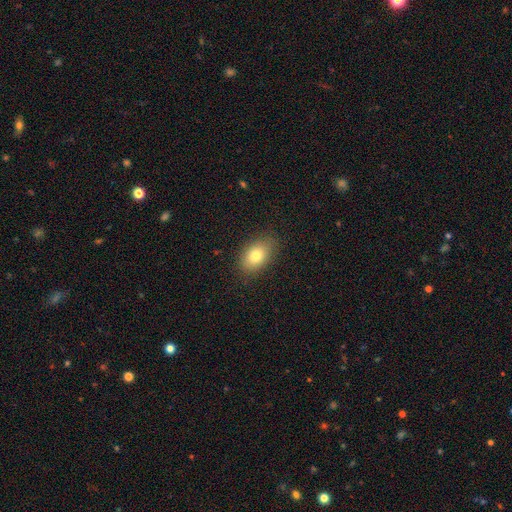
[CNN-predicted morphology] A smooth galaxy with no disk features (78%) that is in between round and cigar-shaped (86%). Merging: none (85%).